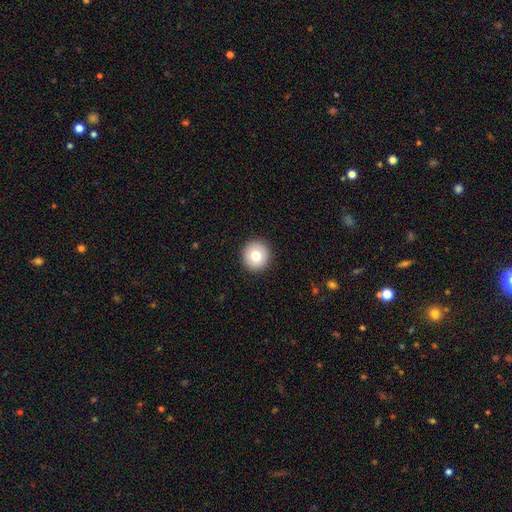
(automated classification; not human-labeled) smooth_or_featured: smooth (p=0.76) [alt: featured or disk p=0.14]
how_rounded: round (p=0.95) [alt: in between p=0.04]
merging: none (p=0.93) [alt: minor disturbance p=0.04]